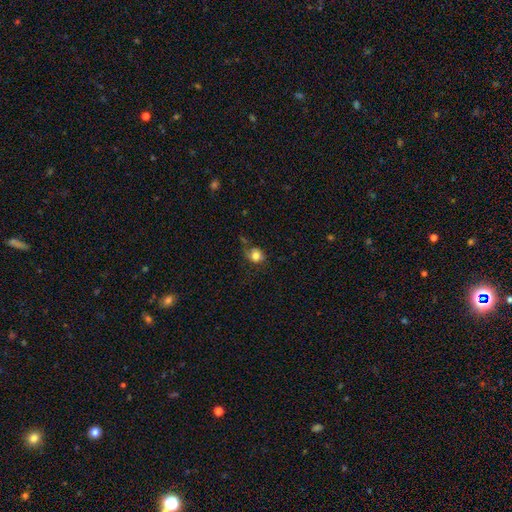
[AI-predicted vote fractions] A smooth galaxy with no disk features (78%) that is round (67%). Merging: none (52%).